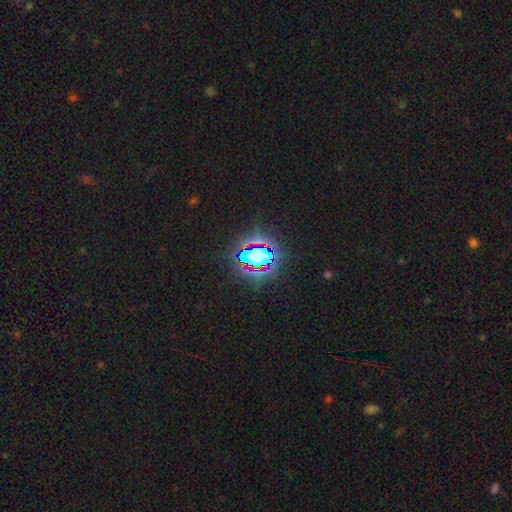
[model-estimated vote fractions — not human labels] A star or artifact, not a galaxy (65%).

Vote fractions:
- Smooth or featured? star or artifact: 65% / smooth: 21% / featured or disk: 14%